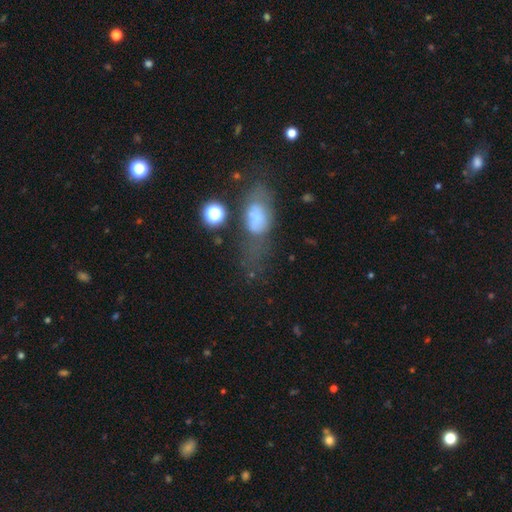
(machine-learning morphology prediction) smooth 47%, featured or disk 33%, star or artifact 20%. Down the decision tree: merging — none (51%).